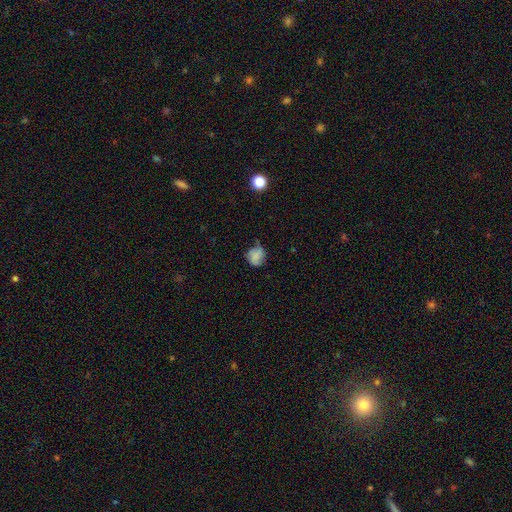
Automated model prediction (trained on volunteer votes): Smooth or featured: smooth — 72% (featured or disk — 17%)
How rounded: round — 72% (in between — 26%)
Merging: none — 55% (minor disturbance — 32%)